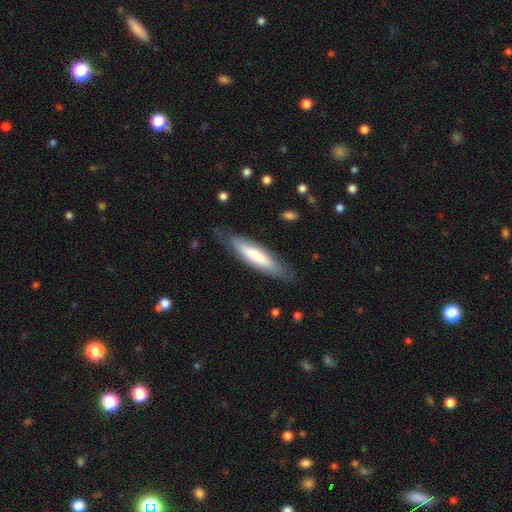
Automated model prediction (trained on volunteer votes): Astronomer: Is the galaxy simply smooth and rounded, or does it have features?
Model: smooth — 67%.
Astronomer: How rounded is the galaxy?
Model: cigar-shaped — 75%.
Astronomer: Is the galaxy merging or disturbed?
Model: none — 78%.